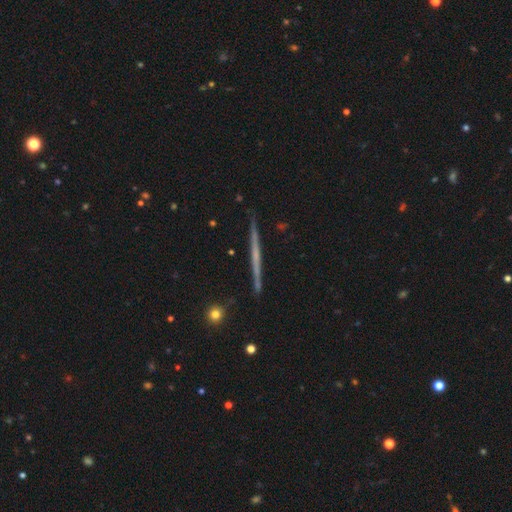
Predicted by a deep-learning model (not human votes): Overall: featured or disk (67%; smooth 28%). Edge-on disk: yes (98%). Edge-on bulge: none (81%). Merging: none (89%).